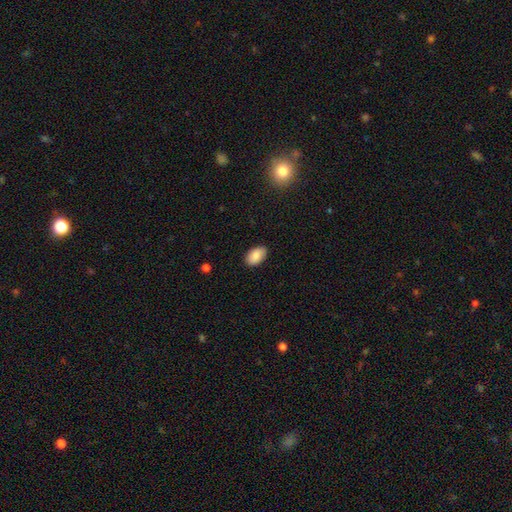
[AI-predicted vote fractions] Q: Smooth or featured?
A: smooth (87%); runner-up: star or artifact (7%)
Q: How rounded?
A: in between (93%); runner-up: round (5%)
Q: Merging?
A: none (87%); runner-up: minor disturbance (10%)